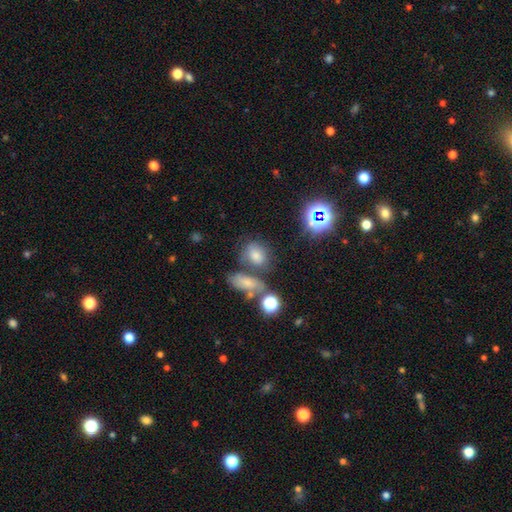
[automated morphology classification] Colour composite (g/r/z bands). It shows a smooth galaxy with no disk features (61%) that is in between round and cigar-shaped (61%). Merging: none (57%).